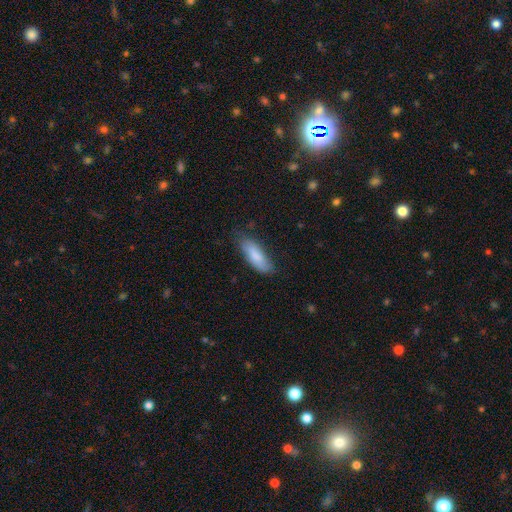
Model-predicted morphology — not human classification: type=smooth (83%); roundness=in between (67%); merging=none (70%).